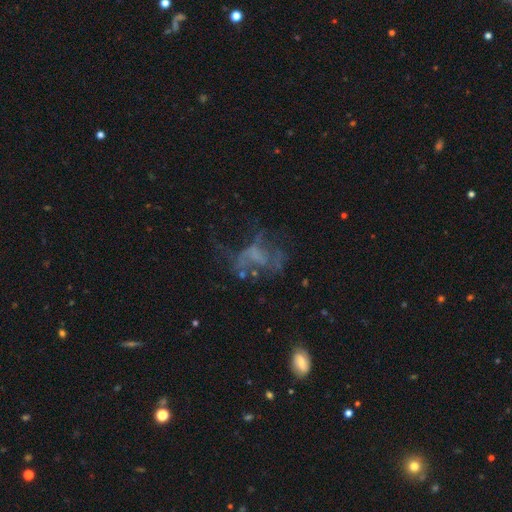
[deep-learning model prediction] Overall: featured or disk (53%; star or artifact 24%). Edge-on disk: no (96%). Bar: no (82%). Spiral arms: no (80%). Bulge size: none (73%). Merging: major disturbance (41%; none 37%).